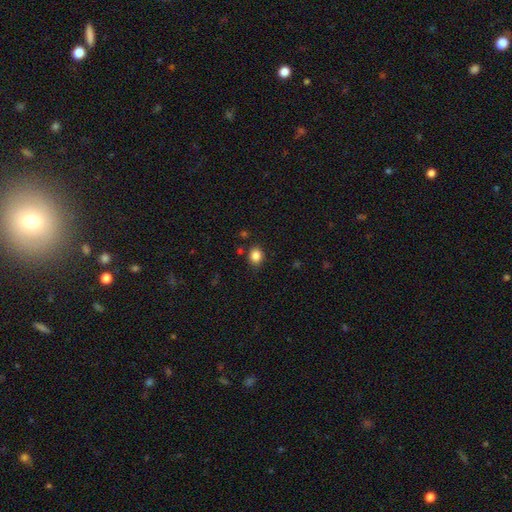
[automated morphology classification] Overall: smooth (85%). How rounded: round (68%; in between 31%). Merging: none (84%).